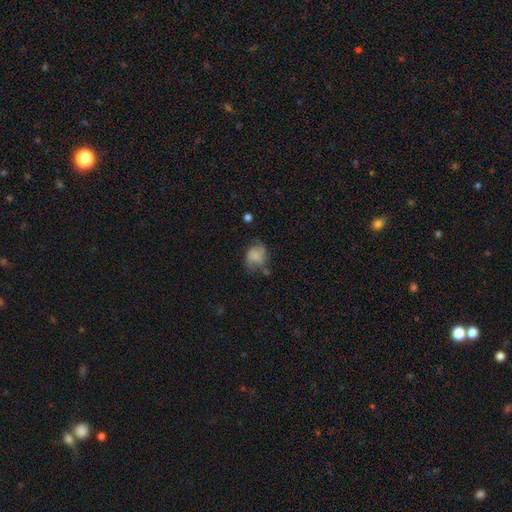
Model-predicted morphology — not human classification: smooth 57%, featured or disk 32%, star or artifact 11%. Down the decision tree: how rounded — in between (56%); merging — none (42%).